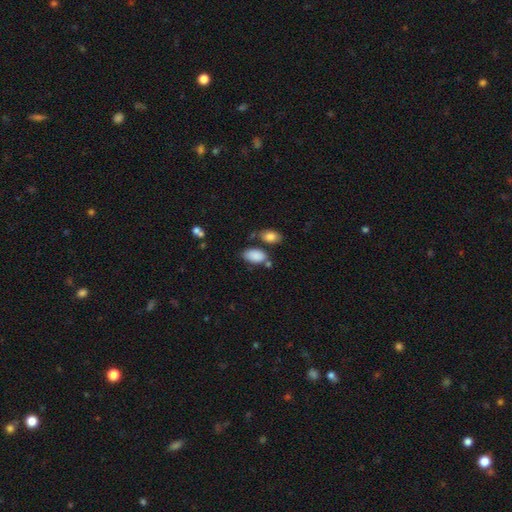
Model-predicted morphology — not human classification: smooth 88%, star or artifact 7%, featured or disk 5%. Down the decision tree: how rounded — in between (93%); merging — none (64%).